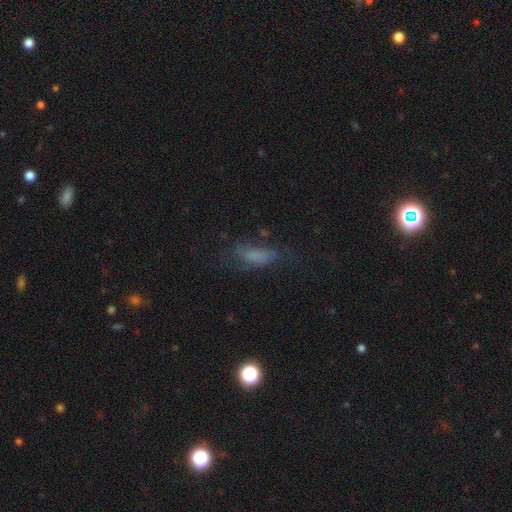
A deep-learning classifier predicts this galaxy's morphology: Smooth or featured? smooth (62%)
How rounded? in between (62%)
Merging? none (47%)